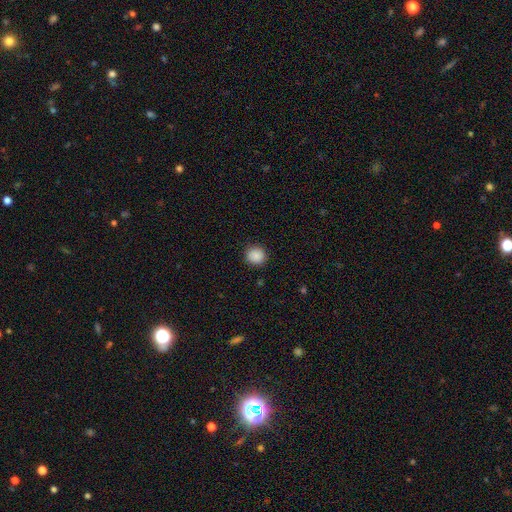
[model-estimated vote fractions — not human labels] The model was most divided on "smooth or featured": smooth: 88%, star or artifact: 9%, featured or disk: 3%. More confident: how rounded — round (90%); merging — none (90%).